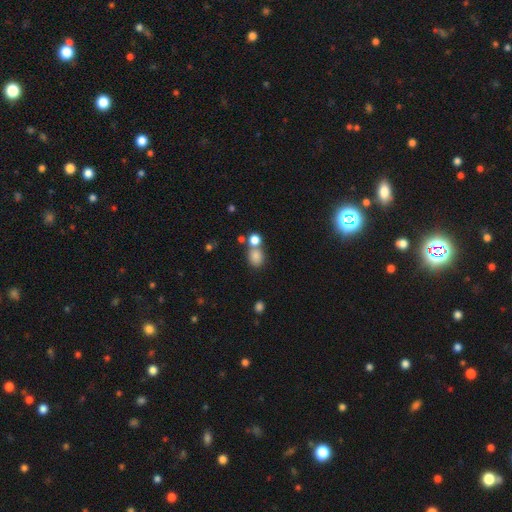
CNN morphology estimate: Smooth or featured? smooth (81%)
How rounded? round (69%)
Merging? none (54%)